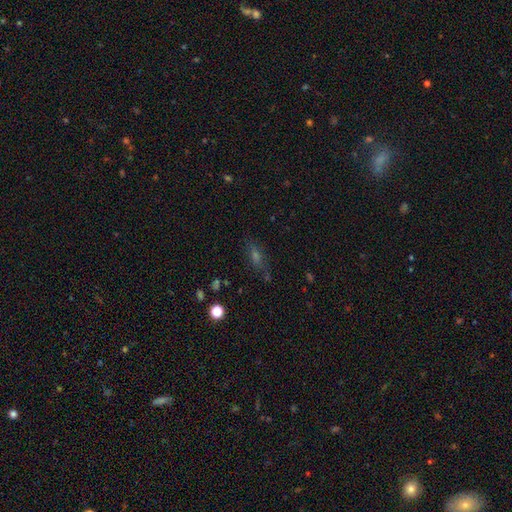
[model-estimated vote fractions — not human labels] Smooth or featured?
  - smooth: 40% *
  - star or artifact: 33%
  - featured or disk: 27%
Merging?
  - none: 72% *
  - minor disturbance: 16%
  - major disturbance: 8%
  - merger: 4%